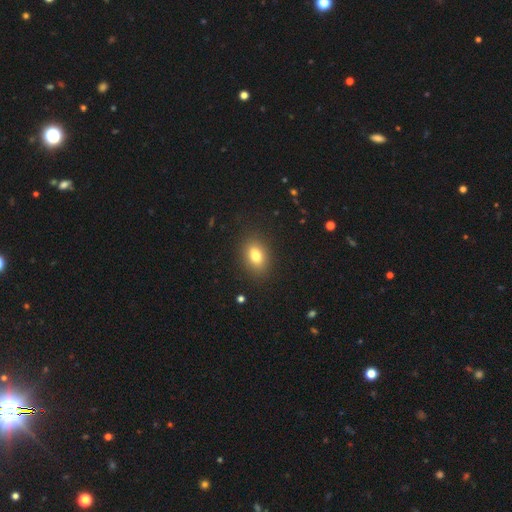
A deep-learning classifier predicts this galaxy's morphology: Smooth or featured: smooth — 79% (star or artifact — 11%)
How rounded: in between — 76% (round — 22%)
Merging: none — 87% (minor disturbance — 9%)